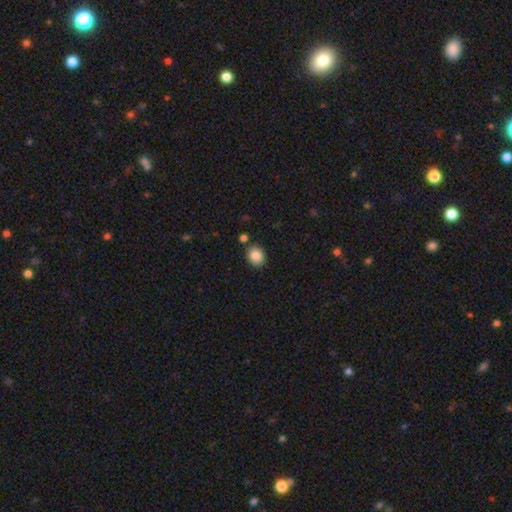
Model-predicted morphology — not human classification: smooth-or-featured: smooth: 86% | star or artifact: 9% | featured or disk: 6%
  how-rounded: round: 55% | in between: 44% | cigar-shaped: 1%
  merging: none: 83% | minor disturbance: 9% | merger: 5% | major disturbance: 2%